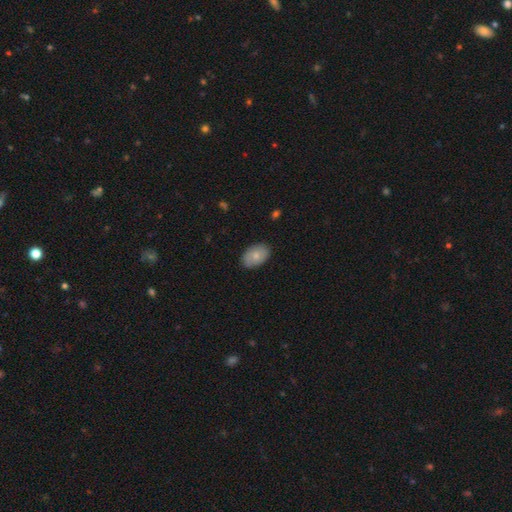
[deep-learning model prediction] Q: Smooth or featured?
A: smooth (75%); runner-up: featured or disk (19%)
Q: How rounded?
A: in between (87%); runner-up: round (12%)
Q: Merging?
A: none (84%); runner-up: minor disturbance (13%)